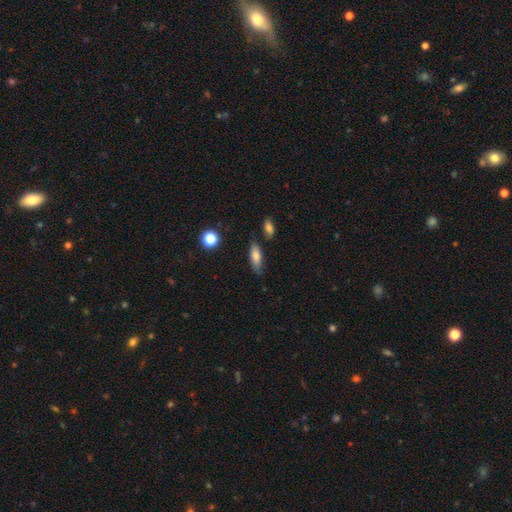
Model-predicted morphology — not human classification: Q: Smooth or featured?
A: smooth (76%); runner-up: featured or disk (16%)
Q: How rounded?
A: in between (60%); runner-up: cigar-shaped (37%)
Q: Merging?
A: none (75%); runner-up: minor disturbance (16%)